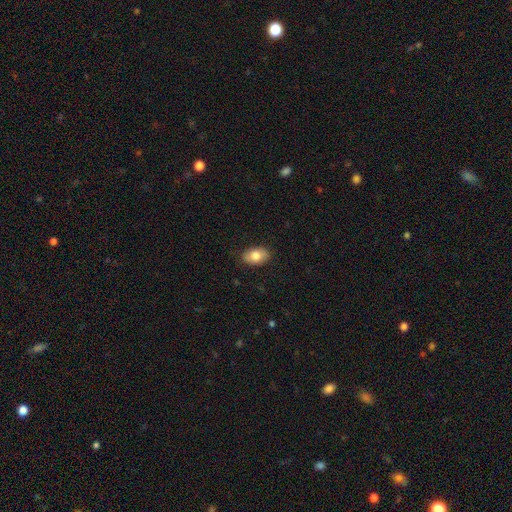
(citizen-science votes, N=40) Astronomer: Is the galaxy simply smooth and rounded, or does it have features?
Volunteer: smooth — 82%.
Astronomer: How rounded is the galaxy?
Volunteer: in between — 91%.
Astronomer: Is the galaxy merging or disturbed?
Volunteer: none — 87%.